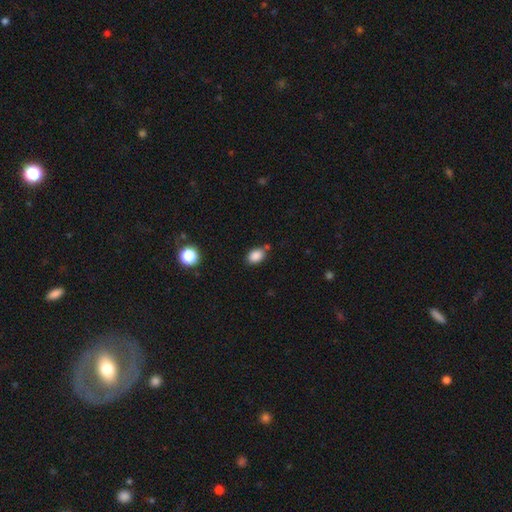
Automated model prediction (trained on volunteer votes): Smooth or featured? Predicted: smooth (p=0.86). How rounded? Predicted: in between (p=0.77). Merging? Predicted: none (p=0.73).